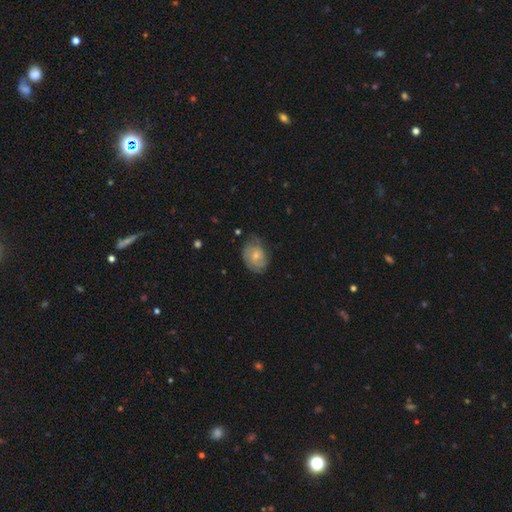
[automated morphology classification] This appears to be a featured or disk galaxy (53%) with no bar (73%), spiral arms (81%) and a small central bulge (56%). Merging: none (60%).